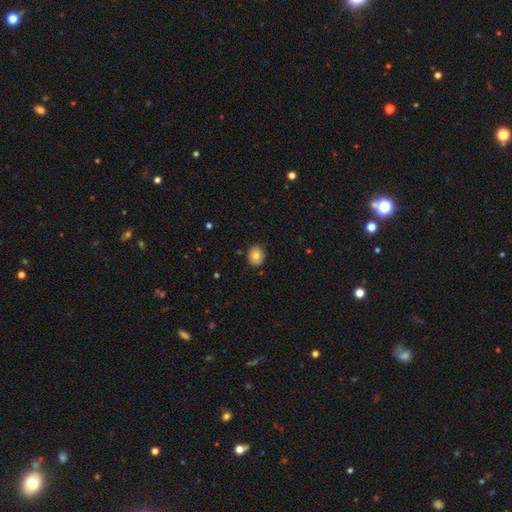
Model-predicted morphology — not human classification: A smooth galaxy with no disk features (78%) that is round (63%). Merging: none (85%).